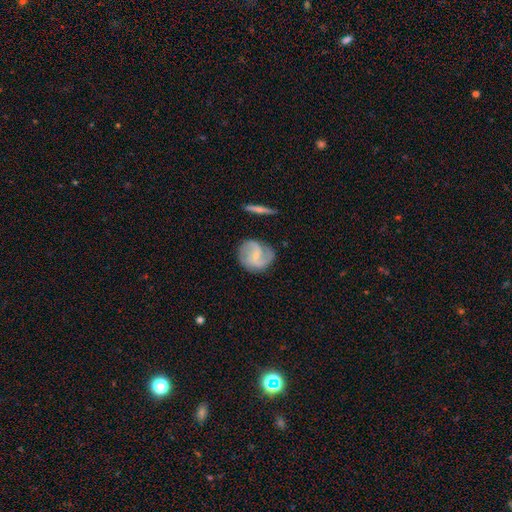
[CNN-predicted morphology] Smooth or featured? featured or disk (77%)
Edge-on disk? no (97%)
Bar? weak (46%)
Spiral arms? yes (94%)
Spiral winding? medium (48%)
Spiral arm count? 2 (77%)
Bulge size? small (71%)
Merging? none (72%)